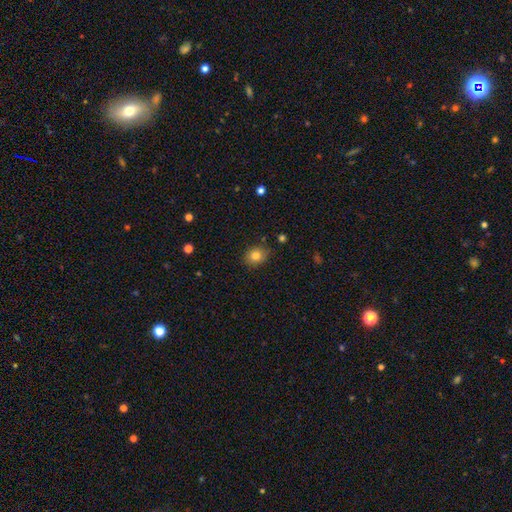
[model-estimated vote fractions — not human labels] smooth_or_featured: smooth (p=0.82) [alt: star or artifact p=0.11]
how_rounded: round (p=0.56) [alt: in between p=0.43]
merging: none (p=0.84) [alt: minor disturbance p=0.12]